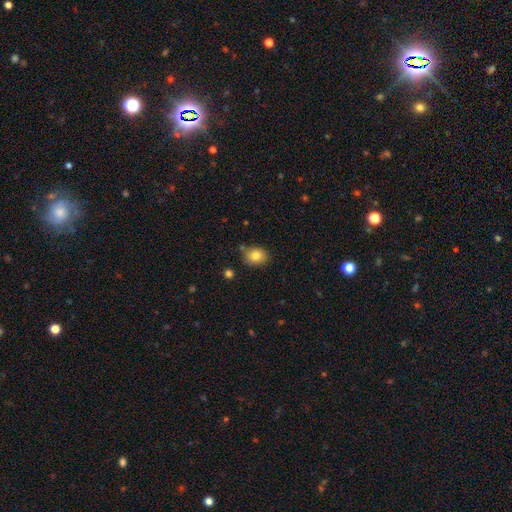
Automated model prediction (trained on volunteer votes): This appears to be a smooth galaxy with no disk features (82%) that is round (55%). Merging: none (79%).